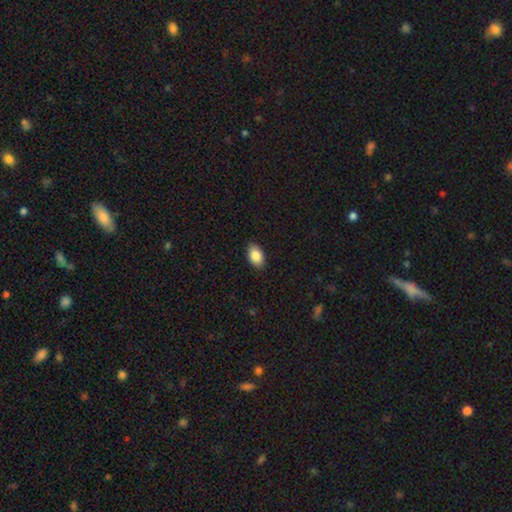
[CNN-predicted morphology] Smooth or featured?
  - smooth: 87% *
  - star or artifact: 7%
  - featured or disk: 6%
How rounded?
  - in between: 92% *
  - round: 7%
  - cigar-shaped: 1%
Merging?
  - none: 88% *
  - minor disturbance: 9%
  - major disturbance: 2%
  - merger: 1%